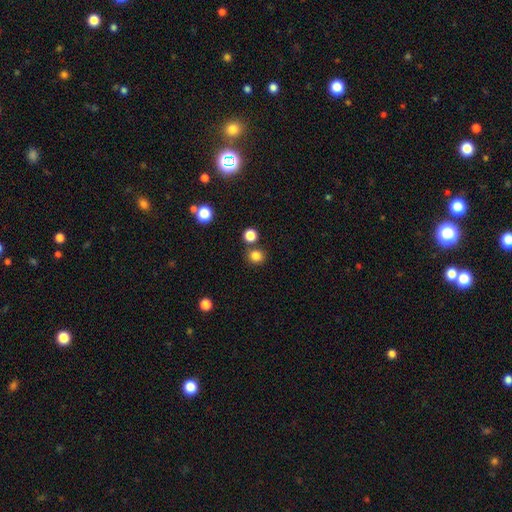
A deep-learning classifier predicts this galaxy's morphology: A smooth galaxy with no disk features (82%) that is round (86%).

Vote fractions:
- Smooth or featured? smooth: 82% / star or artifact: 13% / featured or disk: 4%
- How rounded? round: 86% / in between: 13% / cigar-shaped: 1%
- Merging? none: 76% / merger: 14% / minor disturbance: 7% / major disturbance: 3%